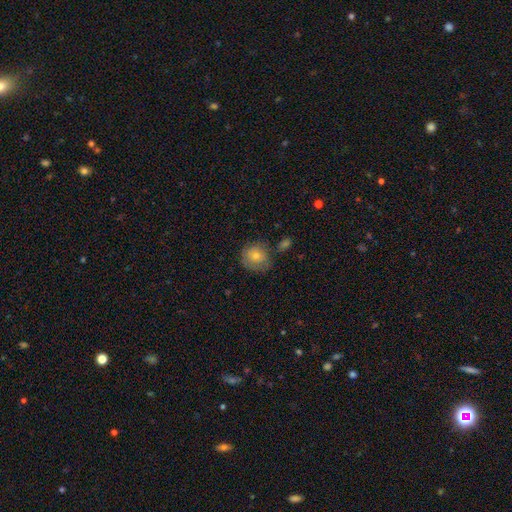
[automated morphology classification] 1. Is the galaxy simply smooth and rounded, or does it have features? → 73% smooth, 18% featured or disk, 9% star or artifact.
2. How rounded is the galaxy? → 83% round, 16% in between, 1% cigar-shaped.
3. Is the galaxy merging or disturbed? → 65% none, 22% minor disturbance, 7% major disturbance, 6% merger.